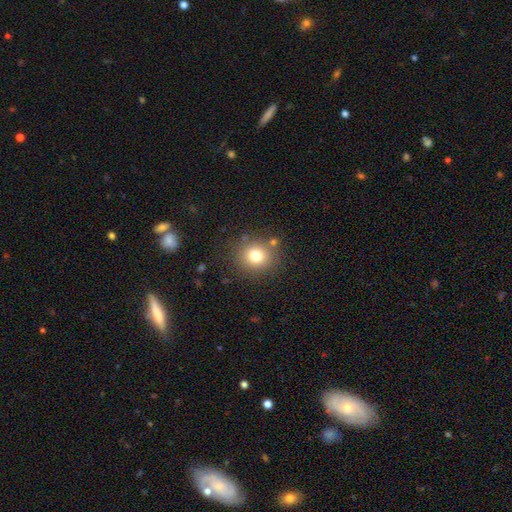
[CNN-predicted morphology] This appears to be a smooth galaxy with no disk features (77%) that is round (87%). Merging: none (82%).